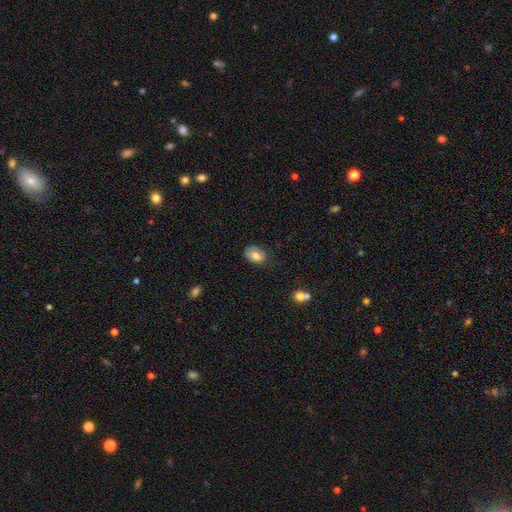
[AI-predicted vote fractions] A smooth galaxy with no disk features (78%) that is in between round and cigar-shaped (79%).

Vote fractions:
- Smooth or featured? smooth: 78% / featured or disk: 14% / star or artifact: 8%
- How rounded? in between: 79% / round: 20% / cigar-shaped: 1%
- Merging? none: 66% / minor disturbance: 26% / major disturbance: 7% / merger: 2%